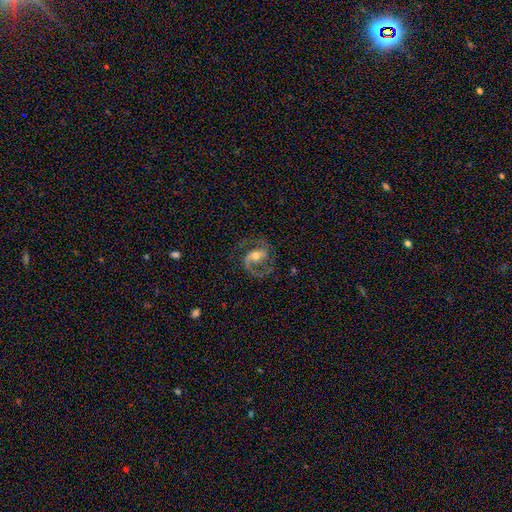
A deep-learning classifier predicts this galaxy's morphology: Smooth or featured?
  - featured or disk: 87% *
  - smooth: 7%
  - star or artifact: 5%
Edge-on disk?
  - no: 97% *
  - yes: 3%
Bar?
  - weak: 42% *
  - strong: 30%
  - no: 27%
Spiral arms?
  - yes: 96% *
  - no: 4%
Spiral winding?
  - medium: 58% *
  - loose: 26%
  - tight: 16%
Spiral arm count?
  - 2: 84% *
  - 1: 11%
  - can't tell: 2%
  - 3: 1%
  - 4: 1%
  - more than 4: 1%
Bulge size?
  - moderate: 67% *
  - small: 23%
  - large: 7%
  - none: 1%
  - dominant: 1%
Merging?
  - none: 73% *
  - minor disturbance: 14%
  - major disturbance: 12%
  - merger: 2%